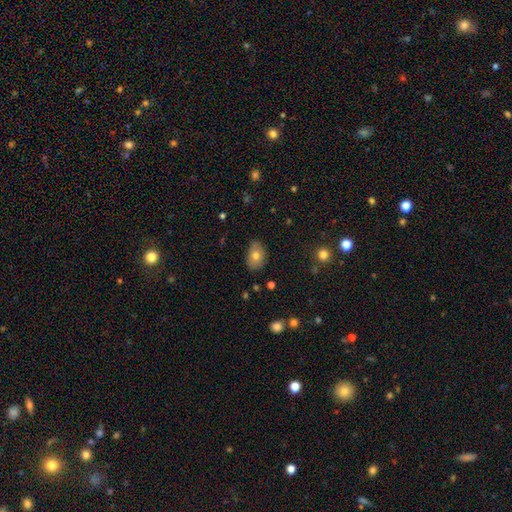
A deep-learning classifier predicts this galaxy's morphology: Smooth or featured: smooth — 72% (featured or disk — 19%)
How rounded: in between — 81% (round — 18%)
Merging: none — 75% (minor disturbance — 20%)